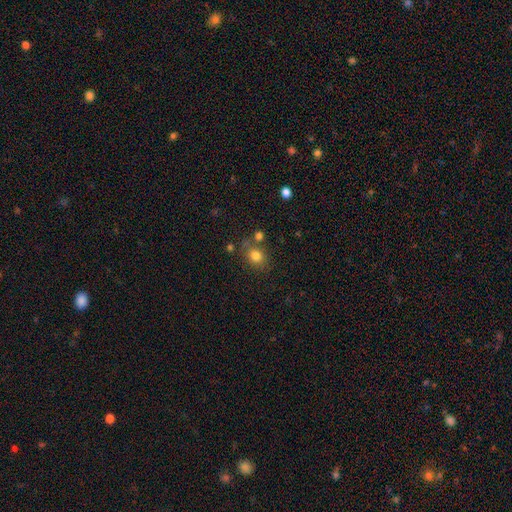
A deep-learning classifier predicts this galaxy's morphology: A smooth galaxy with no disk features (80%) that is round (69%).

Vote fractions:
- Smooth or featured? smooth: 80% / star or artifact: 12% / featured or disk: 8%
- How rounded? round: 69% / in between: 30% / cigar-shaped: 1%
- Merging? none: 69% / minor disturbance: 13% / merger: 13% / major disturbance: 5%